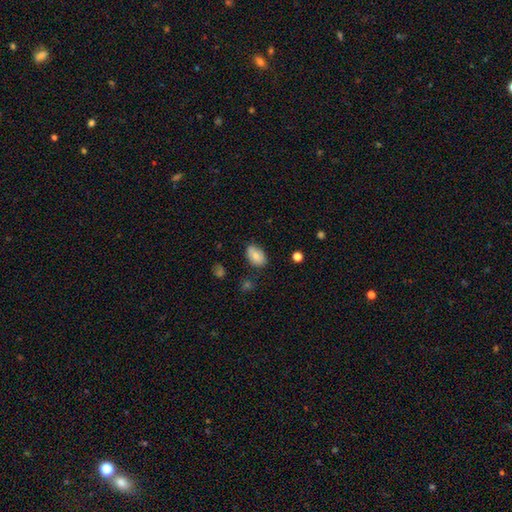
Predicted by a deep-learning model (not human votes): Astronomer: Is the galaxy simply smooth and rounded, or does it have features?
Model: smooth — 79%.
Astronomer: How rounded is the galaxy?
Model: in between — 91%.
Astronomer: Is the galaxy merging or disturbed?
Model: none — 80%.